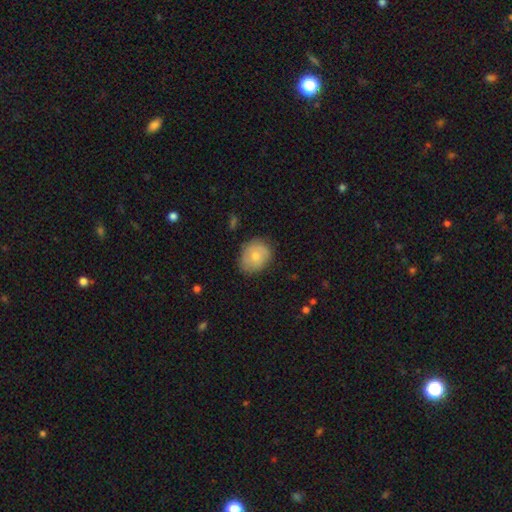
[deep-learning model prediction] Smooth or featured: smooth — 71% (featured or disk — 22%)
How rounded: round — 52% (in between — 47%)
Merging: none — 72% (minor disturbance — 22%)